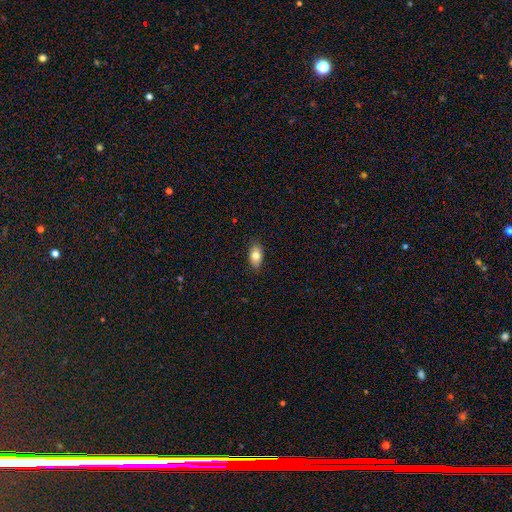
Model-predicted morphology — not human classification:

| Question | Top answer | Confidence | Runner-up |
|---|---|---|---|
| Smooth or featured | smooth | 80% | featured or disk (12%) |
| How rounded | in between | 90% | round (7%) |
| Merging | none | 87% | minor disturbance (10%) |